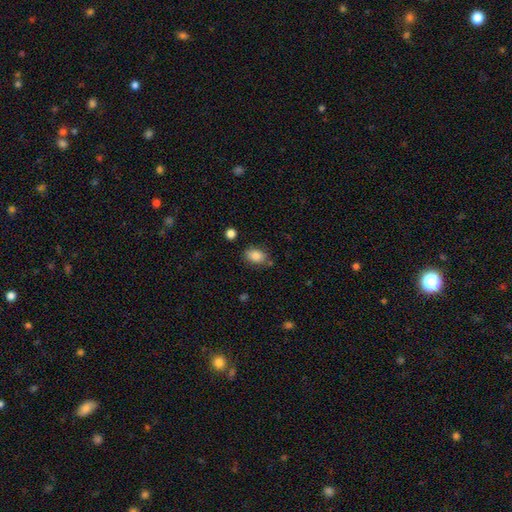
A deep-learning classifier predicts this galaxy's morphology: A smooth galaxy with no disk features (84%) that is in between round and cigar-shaped (81%).

Vote fractions:
- Smooth or featured? smooth: 84% / star or artifact: 8% / featured or disk: 7%
- How rounded? in between: 81% / round: 17% / cigar-shaped: 1%
- Merging? none: 76% / minor disturbance: 15% / merger: 5% / major disturbance: 4%